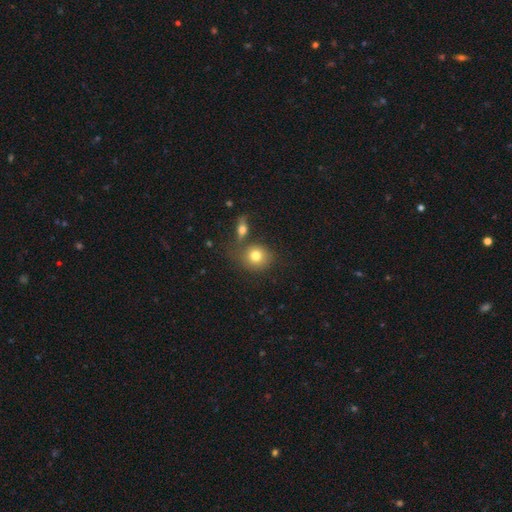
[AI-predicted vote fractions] smooth_or_featured: smooth (p=0.78) [alt: featured or disk p=0.12]
how_rounded: round (p=0.78) [alt: in between p=0.21]
merging: none (p=0.59) [alt: merger p=0.23]